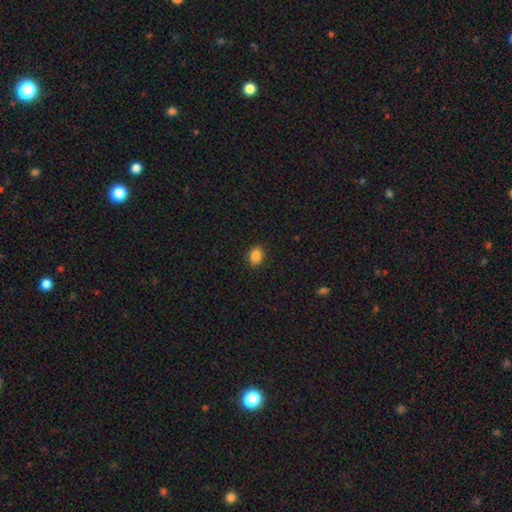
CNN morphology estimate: smooth 87%, star or artifact 10%, featured or disk 3%. Down the decision tree: how rounded — in between (71%); merging — none (90%).